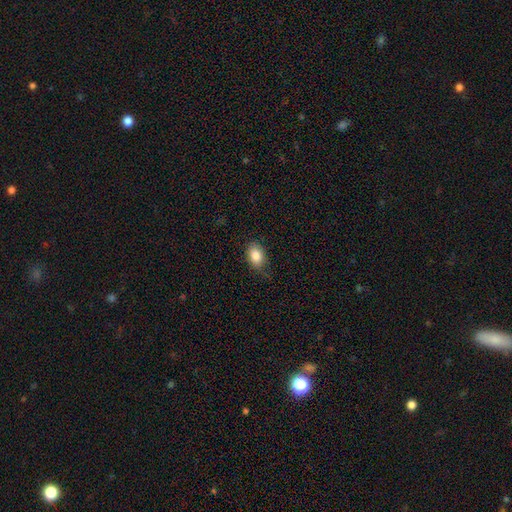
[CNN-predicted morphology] This is clearly a smooth galaxy (85%). How rounded: clearly in between (84%). Merging: likely none (77%).